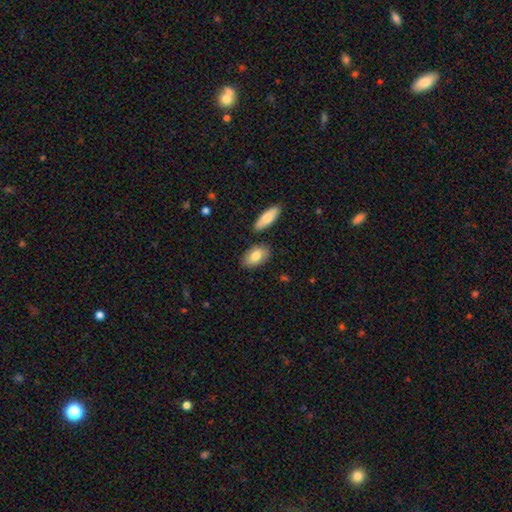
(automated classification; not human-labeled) Morphology: type=smooth (80%); roundness=in between (92%); merging=none (79%).